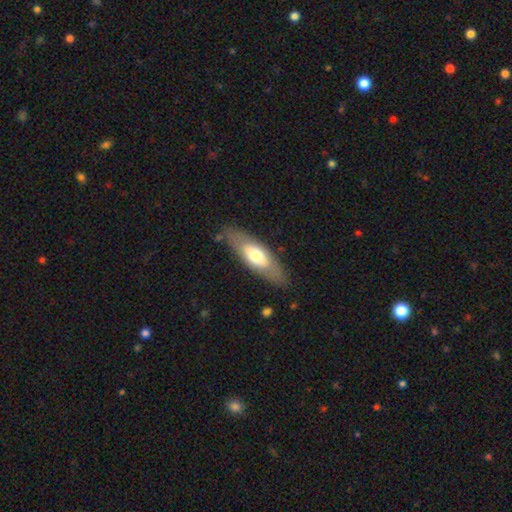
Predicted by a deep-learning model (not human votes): Smooth or featured? Predicted: smooth (p=0.53). How rounded? Predicted: in between (p=0.66). Merging? Predicted: none (p=0.82).